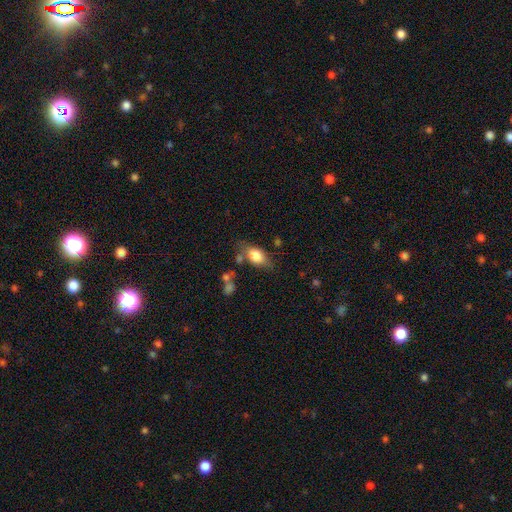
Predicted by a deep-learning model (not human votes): Morphology: type=smooth (75%); roundness=in between (85%); merging=none (54%).